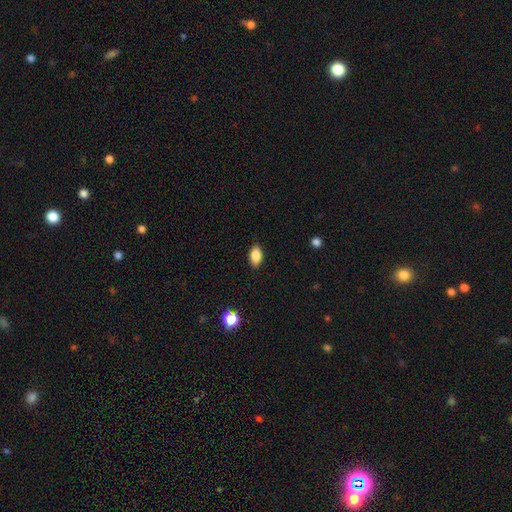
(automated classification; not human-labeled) Overall: smooth (85%). How rounded: in between (90%). Merging: none (88%).